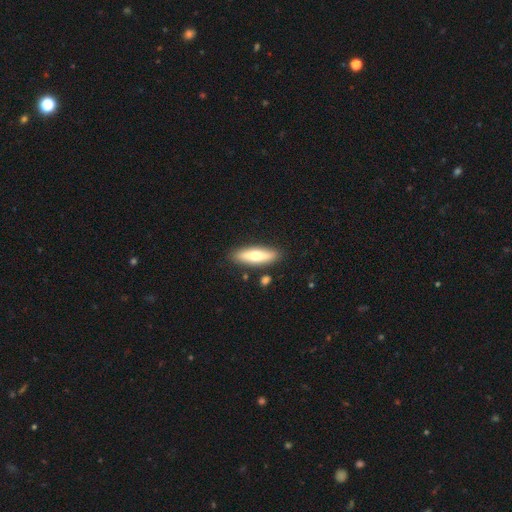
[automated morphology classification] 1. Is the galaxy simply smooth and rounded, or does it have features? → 63% smooth, 32% featured or disk, 6% star or artifact.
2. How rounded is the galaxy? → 53% cigar-shaped, 45% in between, 2% round.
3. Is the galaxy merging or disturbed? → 85% none, 9% minor disturbance, 3% merger, 2% major disturbance.